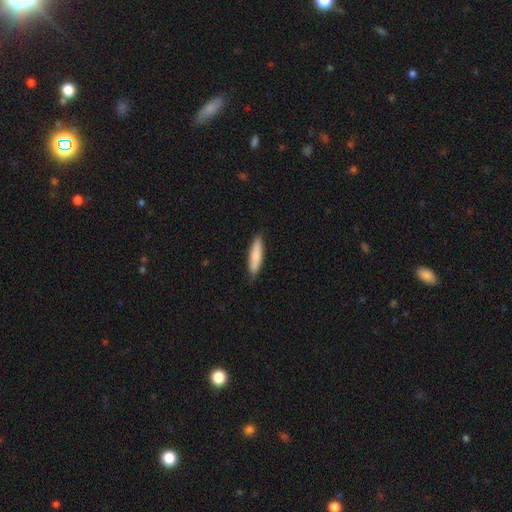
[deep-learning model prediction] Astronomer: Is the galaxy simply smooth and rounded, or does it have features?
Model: smooth — 80%.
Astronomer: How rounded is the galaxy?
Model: cigar-shaped — 76%.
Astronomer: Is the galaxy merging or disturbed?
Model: none — 83%.